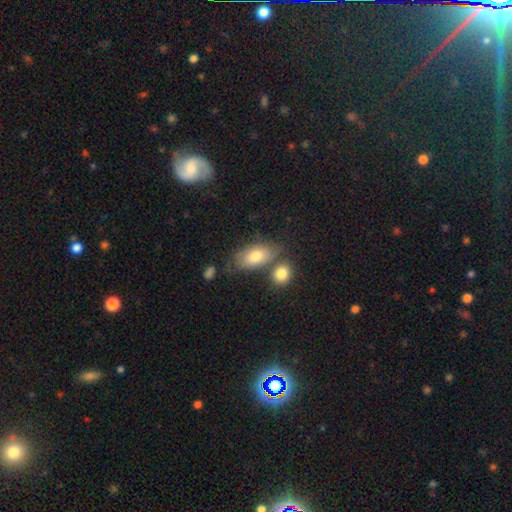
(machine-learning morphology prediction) Overall: smooth (74%). How rounded: in between (91%). Merging: none (53%; merger 24%).